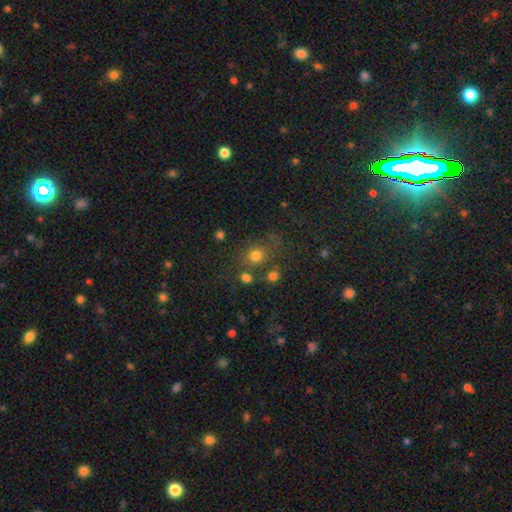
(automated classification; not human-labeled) smooth_or_featured: smooth (p=0.73) [alt: star or artifact p=0.18]
how_rounded: round (p=0.75) [alt: in between p=0.24]
merging: none (p=0.62) [alt: merger p=0.16]